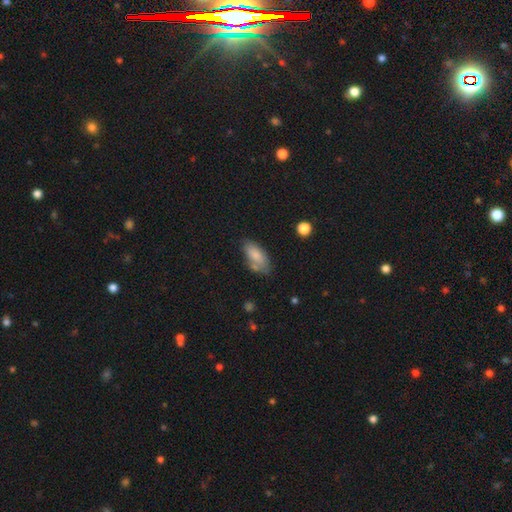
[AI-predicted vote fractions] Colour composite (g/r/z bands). It shows a smooth galaxy with no disk features (80%) that is in between round and cigar-shaped (88%). Merging: none (61%).